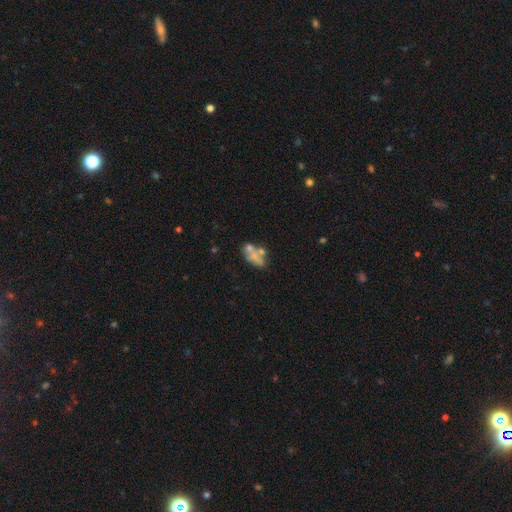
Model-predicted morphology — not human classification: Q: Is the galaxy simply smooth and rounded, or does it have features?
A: smooth — 45%.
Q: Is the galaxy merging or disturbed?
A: merger — 37%.